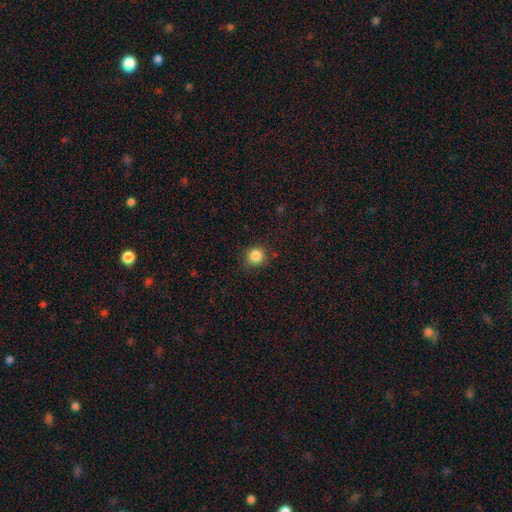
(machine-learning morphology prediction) Smooth or featured? smooth (85%)
How rounded? round (90%)
Merging? none (86%)